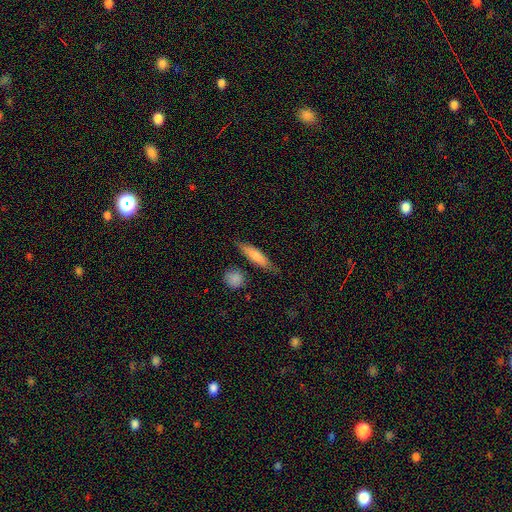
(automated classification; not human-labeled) Morphology: type=smooth (67%); roundness=cigar-shaped (76%); merging=none (76%).